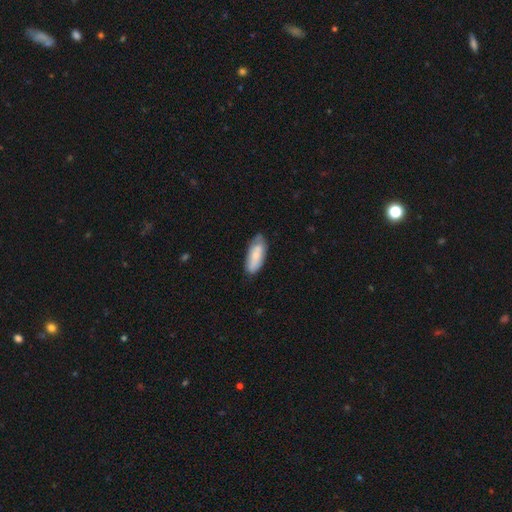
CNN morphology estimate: A smooth galaxy with no disk features (75%) that is in between round and cigar-shaped (75%).

Vote fractions:
- Smooth or featured? smooth: 75% / featured or disk: 19% / star or artifact: 6%
- How rounded? in between: 75% / cigar-shaped: 24% / round: 2%
- Merging? none: 65% / minor disturbance: 27% / major disturbance: 5% / merger: 3%